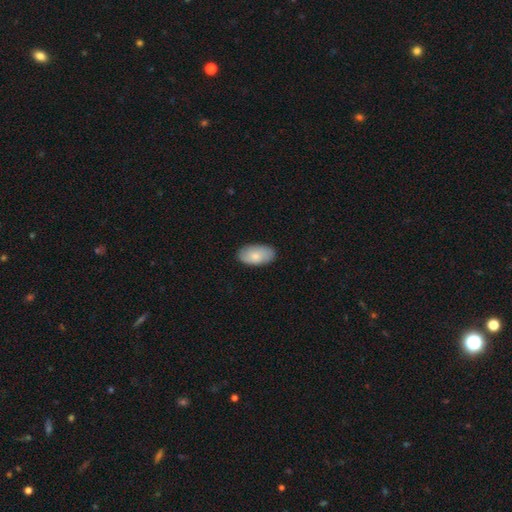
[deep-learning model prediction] smooth 77%, featured or disk 17%, star or artifact 6%. Down the decision tree: how rounded — in between (95%); merging — none (86%).